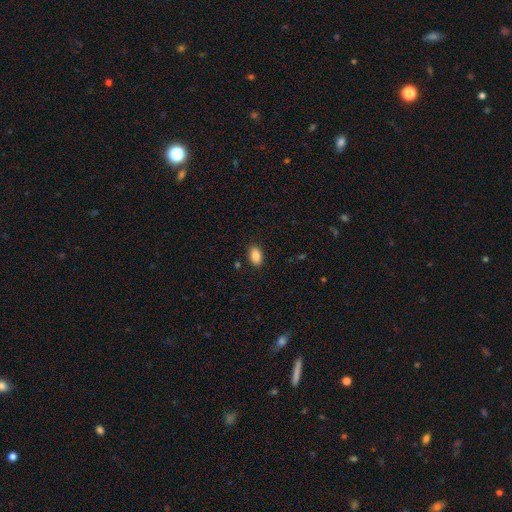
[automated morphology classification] Q: Smooth or featured?
A: smooth (87%); runner-up: star or artifact (8%)
Q: How rounded?
A: in between (88%); runner-up: round (10%)
Q: Merging?
A: none (88%); runner-up: minor disturbance (9%)